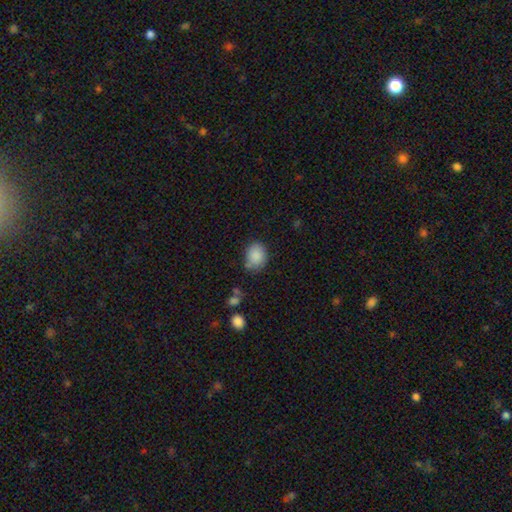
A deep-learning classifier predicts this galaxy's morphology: Smooth or featured? smooth (86%)
How rounded? round (51%)
Merging? none (64%)